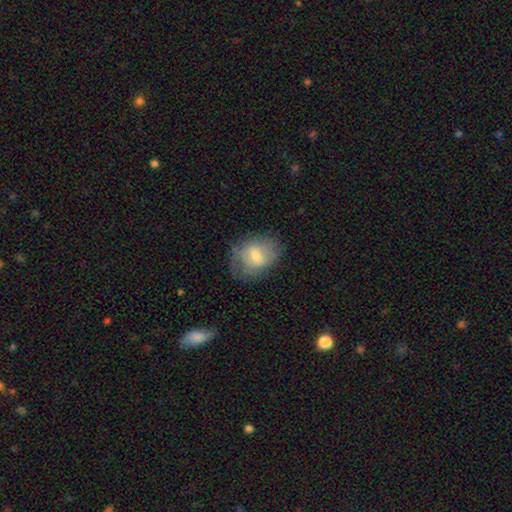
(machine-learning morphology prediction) smooth 58%, featured or disk 34%, star or artifact 8%. Down the decision tree: how rounded — in between (65%); merging — none (60%).